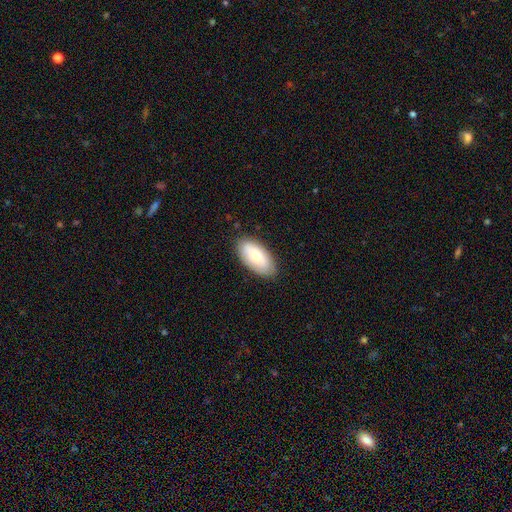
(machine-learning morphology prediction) Smooth or featured? smooth (73%)
How rounded? in between (94%)
Merging? none (84%)